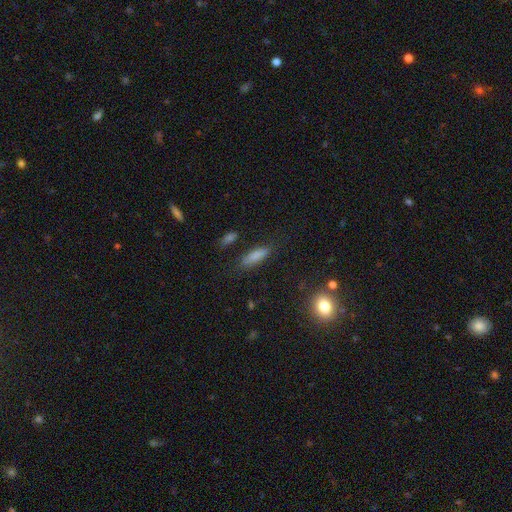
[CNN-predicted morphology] The model was most divided on "how rounded": cigar-shaped: 55%, in between: 43%, round: 2%. More confident: merging — none (79%); smooth or featured — smooth (79%).